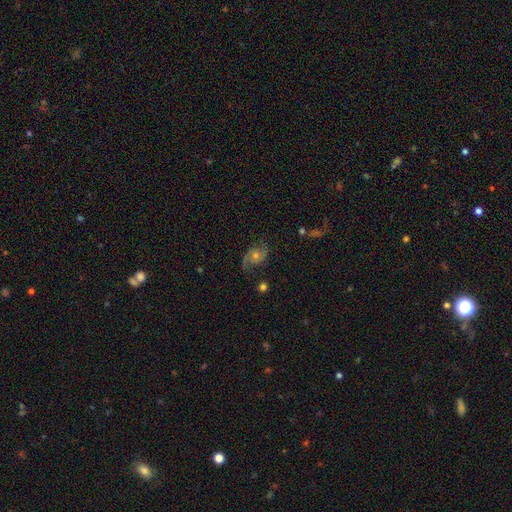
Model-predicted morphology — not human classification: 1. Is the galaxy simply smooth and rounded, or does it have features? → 75% featured or disk, 12% smooth, 12% star or artifact.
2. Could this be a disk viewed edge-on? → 97% no, 3% yes.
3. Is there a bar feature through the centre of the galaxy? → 71% no, 24% weak, 5% strong.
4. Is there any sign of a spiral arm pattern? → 94% yes, 6% no.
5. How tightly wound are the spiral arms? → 45% medium, 37% loose, 17% tight.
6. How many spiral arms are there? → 84% 2, 6% can't tell, 4% 1, 3% 3, 2% 4, 2% more than 4.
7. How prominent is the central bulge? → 47% moderate, 45% small, 3% large, 3% none, 1% dominant.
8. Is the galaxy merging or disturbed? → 73% none, 16% minor disturbance, 9% major disturbance, 2% merger.